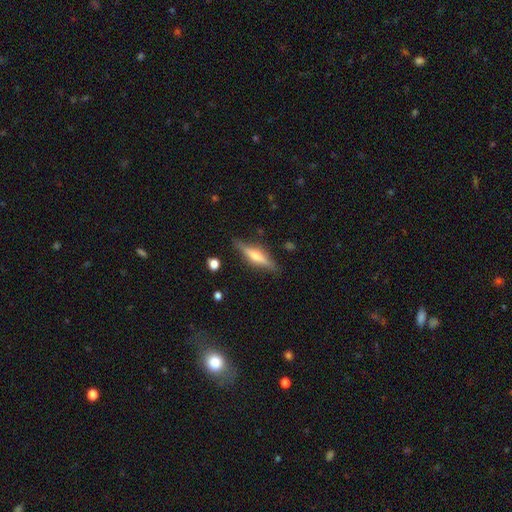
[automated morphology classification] A featured or disk galaxy (66%) viewed edge-on (96%) with a rounded central bulge (84%).

Vote fractions:
- Smooth or featured? featured or disk: 66% / smooth: 28% / star or artifact: 7%
- Edge-on disk? yes: 96% / no: 4%
- Edge-on bulge? rounded: 84% / boxy: 10% / none: 6%
- Merging? none: 86% / minor disturbance: 10% / major disturbance: 3% / merger: 1%